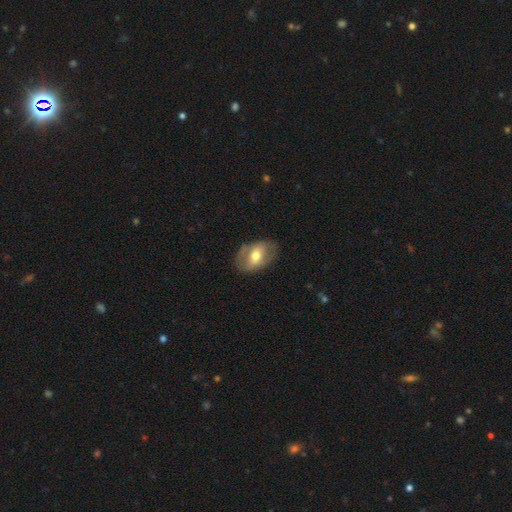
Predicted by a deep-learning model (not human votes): Smooth or featured?
  - smooth: 49% *
  - featured or disk: 45%
  - star or artifact: 6%
Merging?
  - none: 74% *
  - minor disturbance: 18%
  - major disturbance: 7%
  - merger: 1%